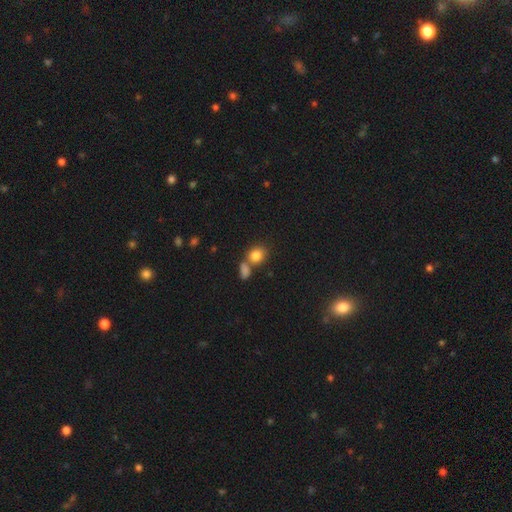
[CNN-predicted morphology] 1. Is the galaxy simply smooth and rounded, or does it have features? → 84% smooth, 10% star or artifact, 7% featured or disk.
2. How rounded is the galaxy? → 63% round, 36% in between, 1% cigar-shaped.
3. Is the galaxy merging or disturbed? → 49% none, 37% merger, 10% minor disturbance, 4% major disturbance.